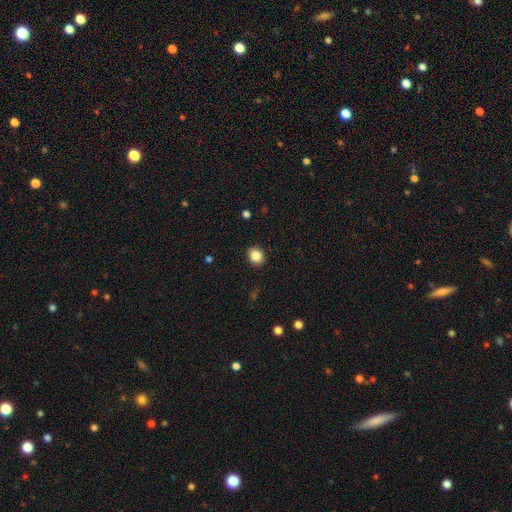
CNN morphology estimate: Smooth or featured? Predicted: smooth (p=0.85). How rounded? Predicted: round (p=0.74). Merging? Predicted: none (p=0.91).